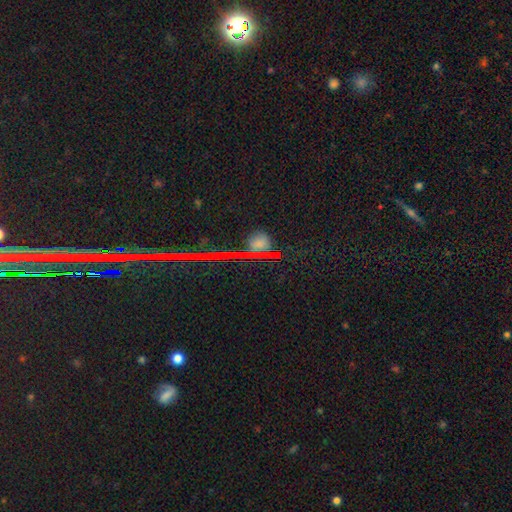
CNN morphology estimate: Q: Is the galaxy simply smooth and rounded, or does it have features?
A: star or artifact — 82%.